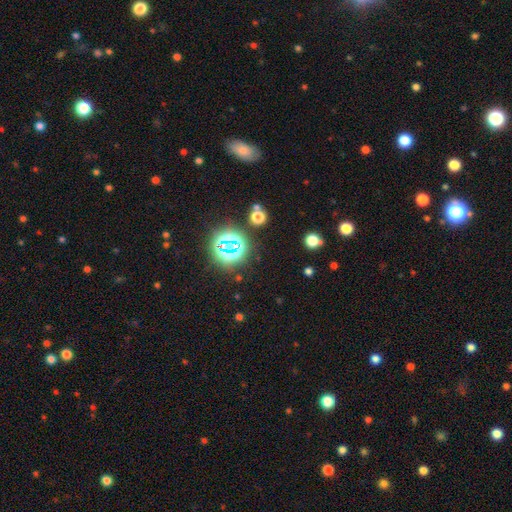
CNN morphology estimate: A star or artifact, not a galaxy (70%).